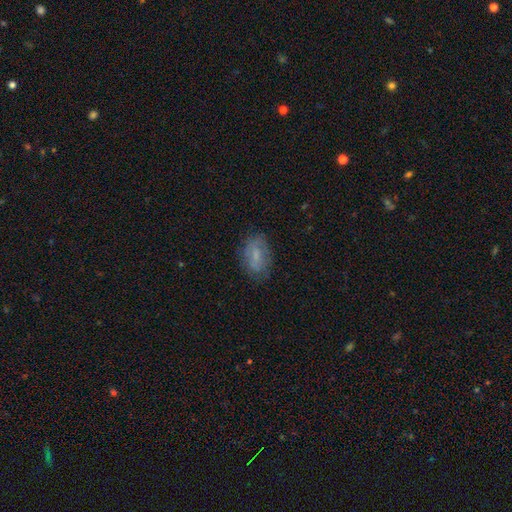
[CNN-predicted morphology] A smooth galaxy with no disk features (60%) that is in between round and cigar-shaped (87%). Merging: none (73%).